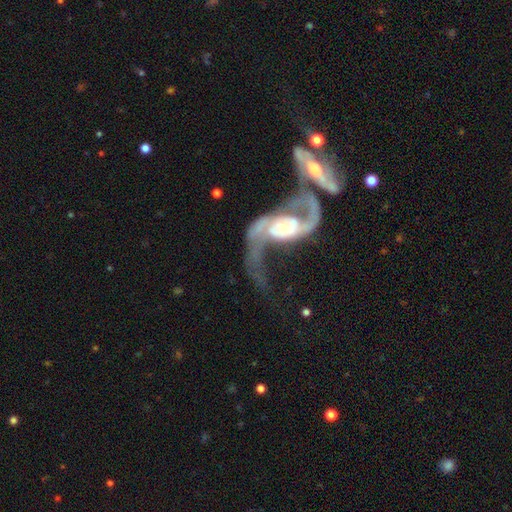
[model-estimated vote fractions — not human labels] A featured or disk galaxy (88%) with no bar (44%), 2 (88%) loose (64%) spiral arms (95%) and a moderate central bulge (47%). Merging: merger (55%).